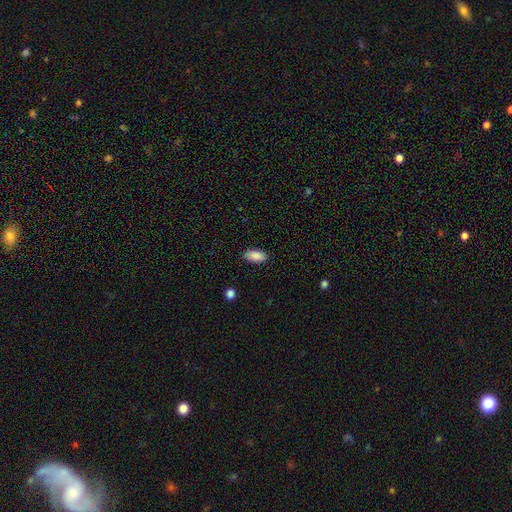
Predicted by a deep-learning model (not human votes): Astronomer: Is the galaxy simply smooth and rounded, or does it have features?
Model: smooth — 88%.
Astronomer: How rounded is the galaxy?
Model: in between — 92%.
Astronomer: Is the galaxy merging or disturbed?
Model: none — 86%.